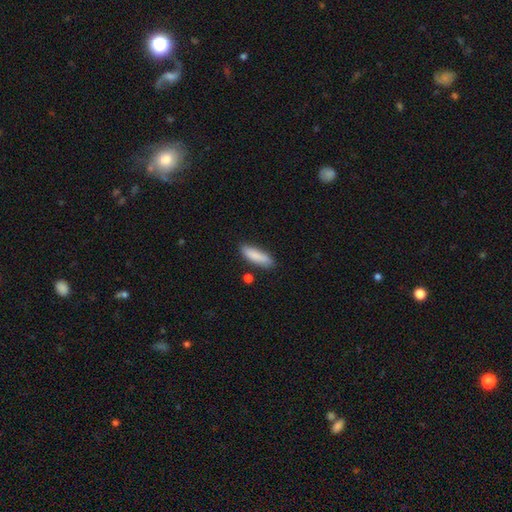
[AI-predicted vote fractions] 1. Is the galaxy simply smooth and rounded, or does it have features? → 86% smooth, 8% featured or disk, 6% star or artifact.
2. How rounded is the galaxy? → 59% cigar-shaped, 39% in between, 2% round.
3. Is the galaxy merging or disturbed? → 81% none, 13% minor disturbance, 3% merger, 3% major disturbance.